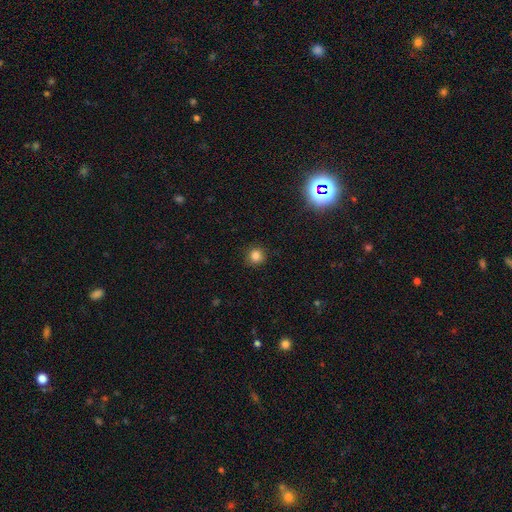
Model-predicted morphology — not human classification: smooth 82%, star or artifact 13%, featured or disk 5%. Down the decision tree: how rounded — round (91%); merging — none (89%).